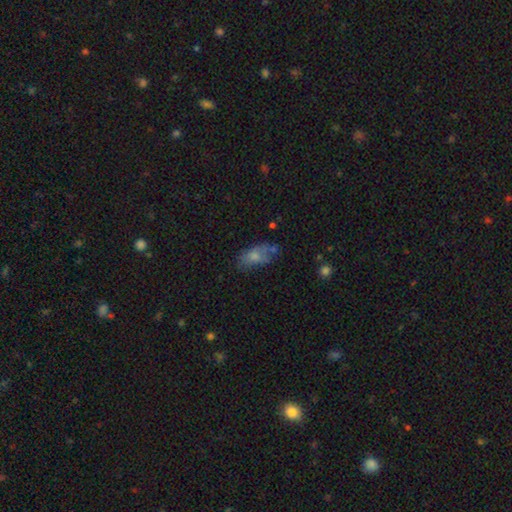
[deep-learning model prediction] smooth 68%, featured or disk 21%, star or artifact 11%. Down the decision tree: how rounded — in between (87%); merging — none (46%).